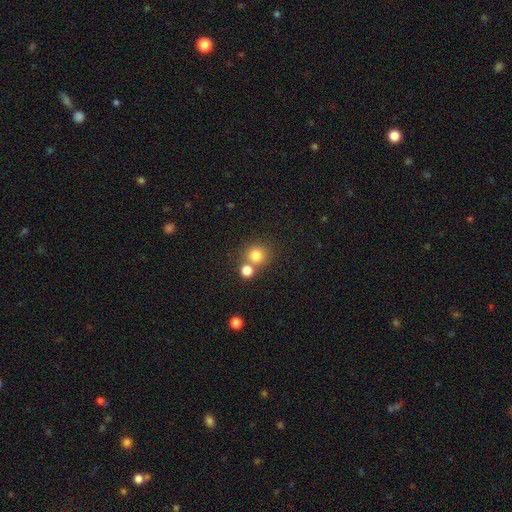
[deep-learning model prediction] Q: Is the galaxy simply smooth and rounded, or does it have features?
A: smooth — 80%.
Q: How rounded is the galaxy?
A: round — 90%.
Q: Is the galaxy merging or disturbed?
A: none — 62%.